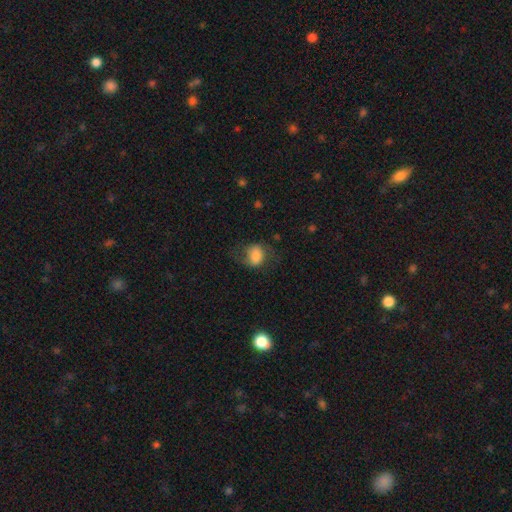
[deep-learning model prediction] smooth_or_featured: smooth (p=0.73) [alt: featured or disk p=0.18]
how_rounded: in between (p=0.53) [alt: round p=0.46]
merging: none (p=0.57) [alt: minor disturbance p=0.23]